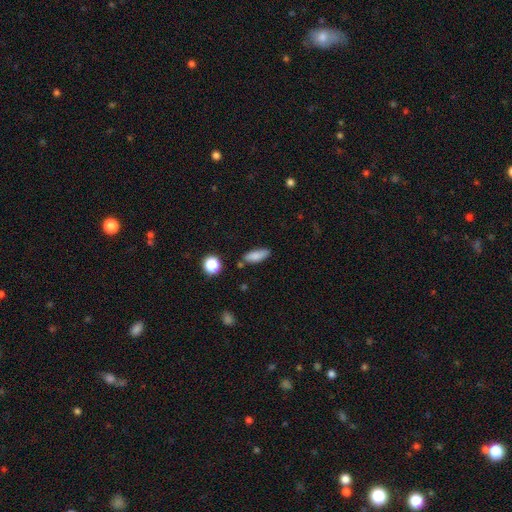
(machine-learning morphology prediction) Overall: smooth (82%). How rounded: in between (68%). Merging: none (75%).